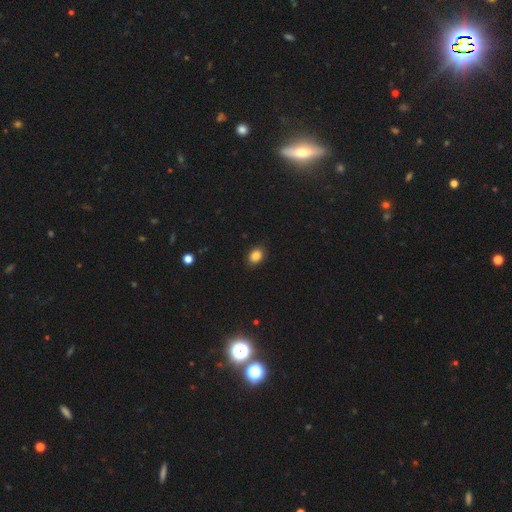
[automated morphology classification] The model was most divided on "how rounded": in between: 61%, round: 38%, cigar-shaped: 1%. More confident: merging — none (88%); smooth or featured — smooth (86%).